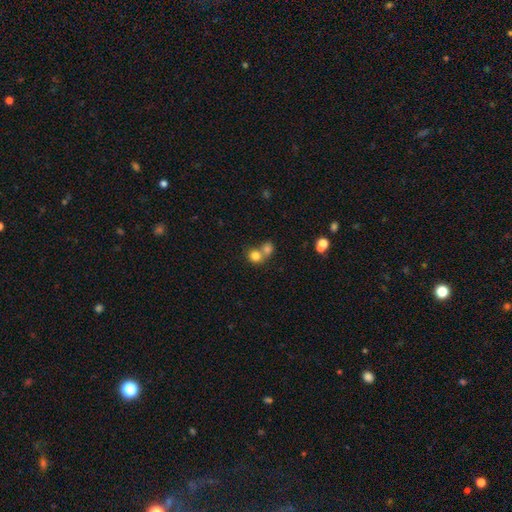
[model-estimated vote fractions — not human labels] smooth-or-featured: smooth: 79% | star or artifact: 11% | featured or disk: 10%
  how-rounded: round: 79% | in between: 20% | cigar-shaped: 1%
  merging: merger: 57% | none: 34% | minor disturbance: 6% | major disturbance: 3%